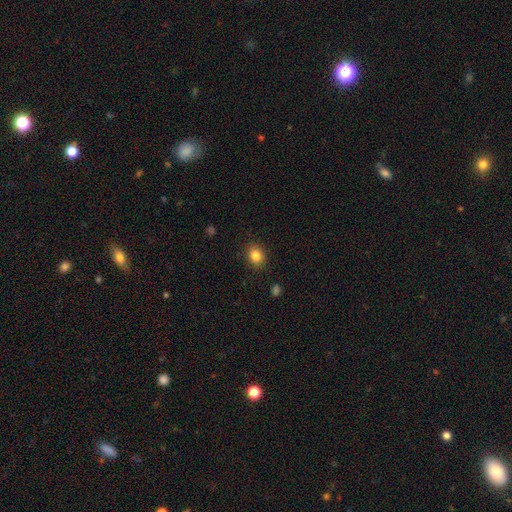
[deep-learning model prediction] Smooth or featured: smooth — 84% (star or artifact — 10%)
How rounded: round — 53% (in between — 47%)
Merging: none — 88% (minor disturbance — 8%)